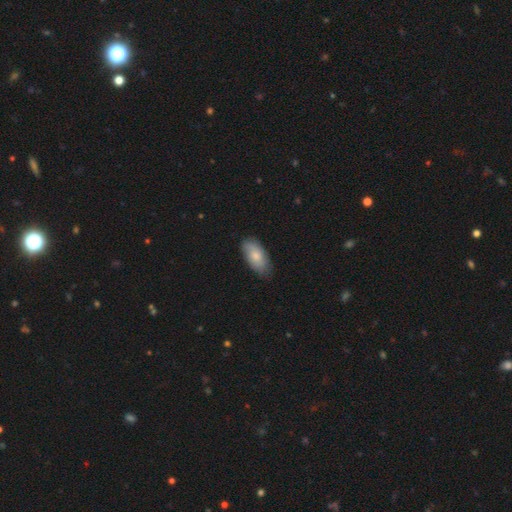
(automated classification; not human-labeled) Smooth or featured: smooth — 78% (featured or disk — 16%)
How rounded: in between — 92% (cigar-shaped — 6%)
Merging: none — 76% (minor disturbance — 20%)